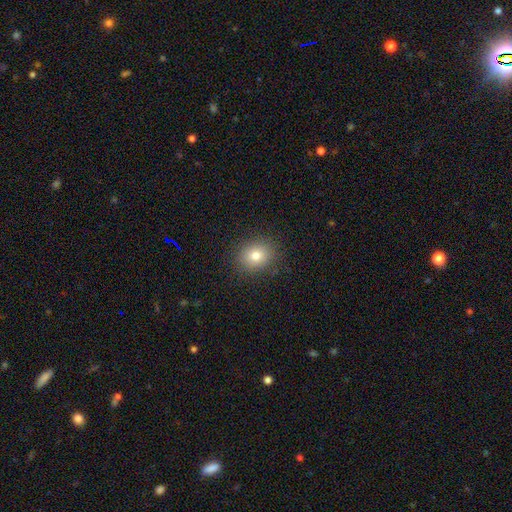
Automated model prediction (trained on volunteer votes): Smooth or featured: smooth — 78% (star or artifact — 13%)
How rounded: round — 72% (in between — 28%)
Merging: none — 89% (minor disturbance — 8%)